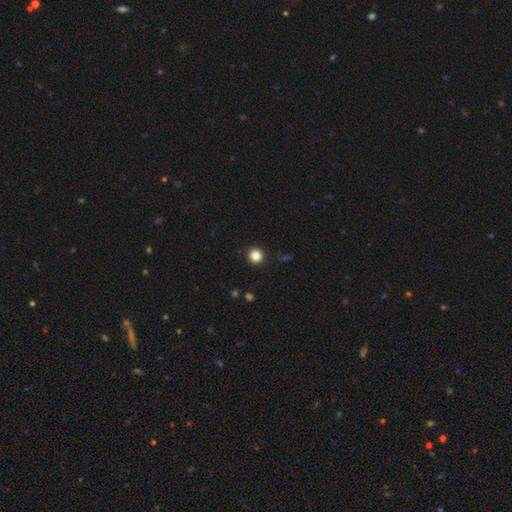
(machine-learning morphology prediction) A smooth galaxy with no disk features (85%) that is round (94%). Merging: none (93%).